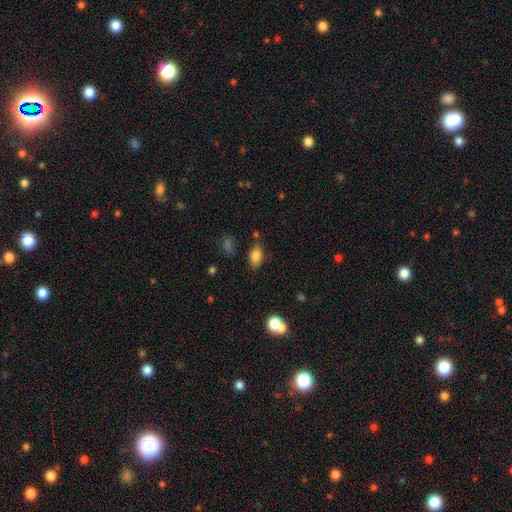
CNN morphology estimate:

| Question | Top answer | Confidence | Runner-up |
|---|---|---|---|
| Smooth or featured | smooth | 84% | star or artifact (10%) |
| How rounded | in between | 90% | round (7%) |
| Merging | none | 78% | minor disturbance (14%) |